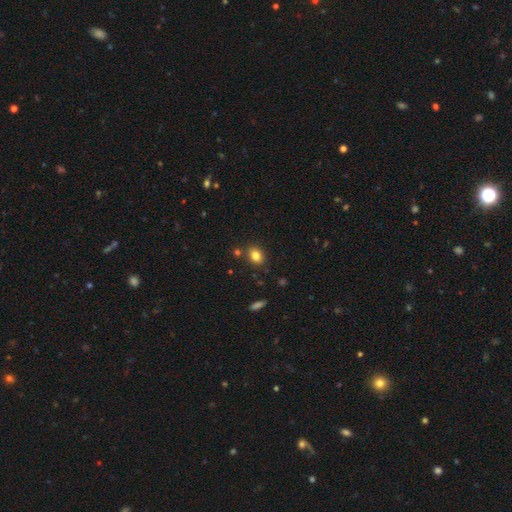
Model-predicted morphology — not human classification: Smooth or featured? smooth (82%)
How rounded? in between (58%)
Merging? none (82%)